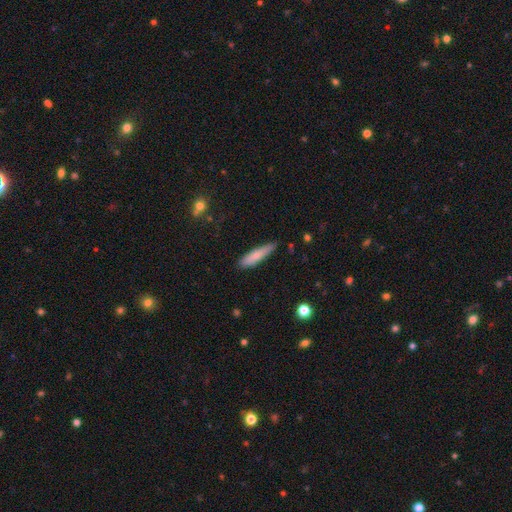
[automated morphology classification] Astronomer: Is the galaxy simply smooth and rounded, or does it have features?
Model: smooth — 77%.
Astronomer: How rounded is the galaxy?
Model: cigar-shaped — 79%.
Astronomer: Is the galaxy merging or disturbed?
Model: none — 76%.